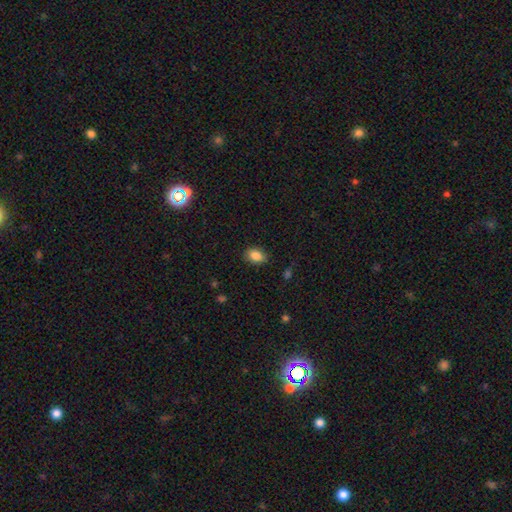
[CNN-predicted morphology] Smooth or featured? Predicted: smooth (p=0.86). How rounded? Predicted: in between (p=0.80). Merging? Predicted: none (p=0.85).